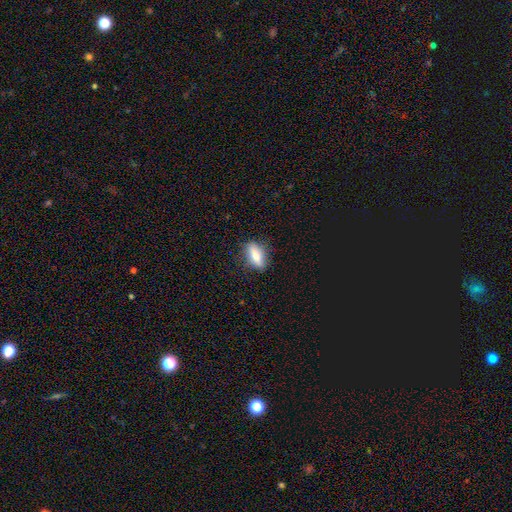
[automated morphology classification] Q: Smooth or featured?
A: smooth (68%); runner-up: featured or disk (24%)
Q: How rounded?
A: in between (64%); runner-up: cigar-shaped (31%)
Q: Merging?
A: none (80%); runner-up: minor disturbance (15%)